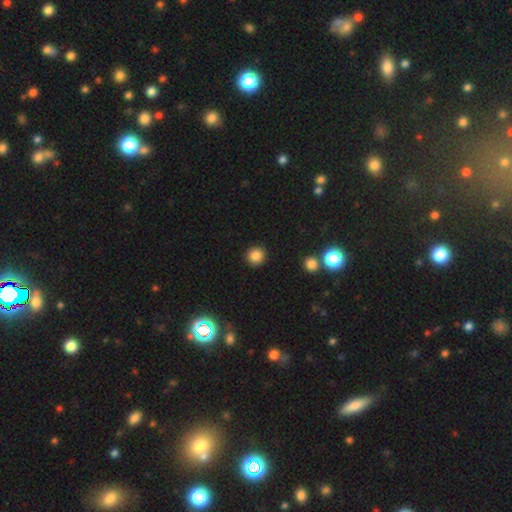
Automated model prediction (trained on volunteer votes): Q: Smooth or featured?
A: smooth (85%); runner-up: star or artifact (11%)
Q: How rounded?
A: round (92%); runner-up: in between (7%)
Q: Merging?
A: none (91%); runner-up: minor disturbance (5%)